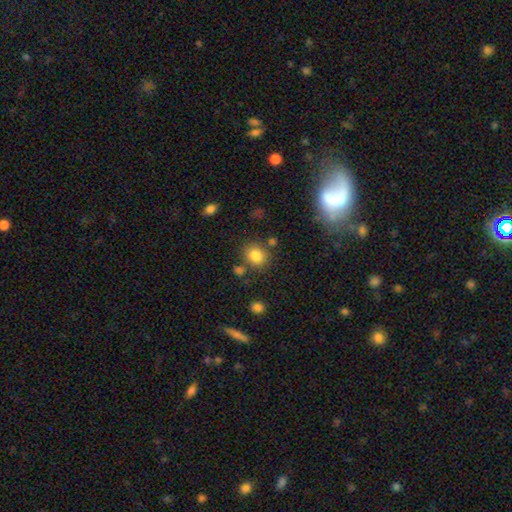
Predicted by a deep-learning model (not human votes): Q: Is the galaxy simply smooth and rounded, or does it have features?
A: smooth — 82%.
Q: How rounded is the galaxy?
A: round — 74%.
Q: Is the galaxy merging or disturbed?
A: none — 76%.